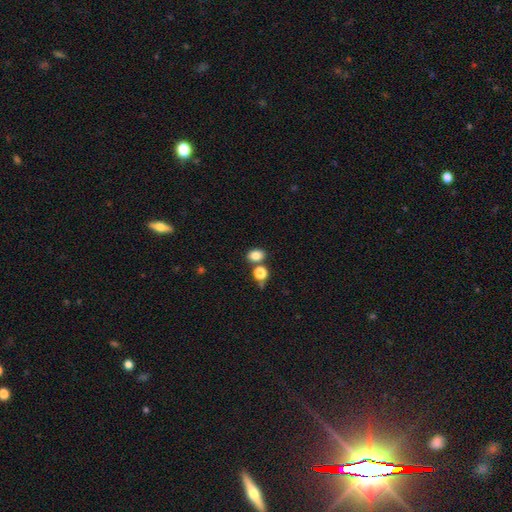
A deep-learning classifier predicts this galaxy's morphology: Smooth or featured? Predicted: smooth (p=0.83). How rounded? Predicted: in between (p=0.61). Merging? Predicted: none (p=0.70).